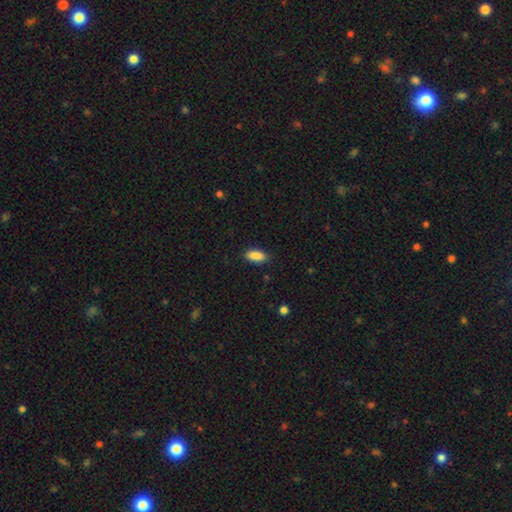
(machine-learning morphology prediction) Smooth or featured? Predicted: smooth (p=0.89). How rounded? Predicted: in between (p=0.85). Merging? Predicted: none (p=0.86).